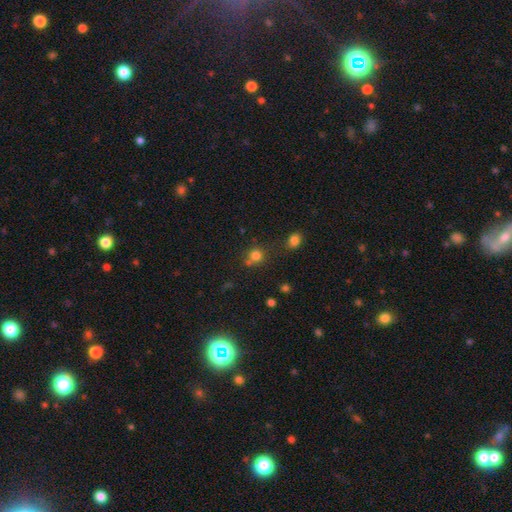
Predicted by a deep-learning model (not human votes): This is likely a smooth galaxy (77%). How rounded: clearly round (88%). Merging: likely none (63%).